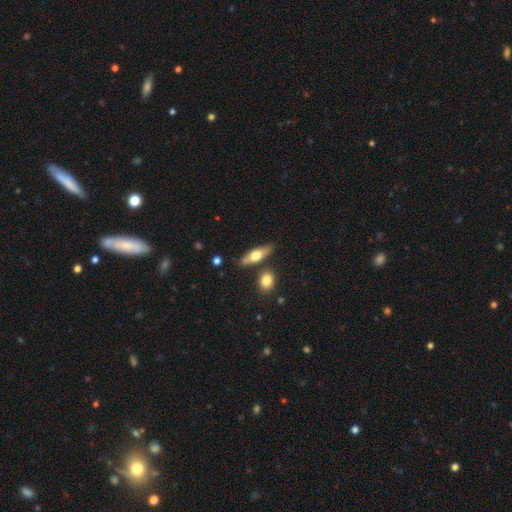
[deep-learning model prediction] Smooth or featured: smooth — 56% (featured or disk — 37%)
How rounded: in between — 53% (cigar-shaped — 43%)
Merging: none — 72% (minor disturbance — 14%)